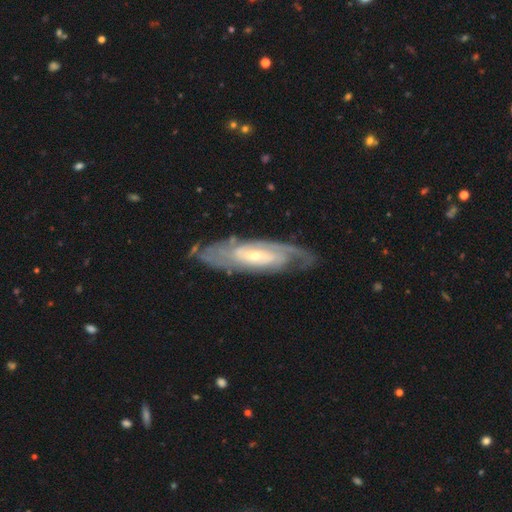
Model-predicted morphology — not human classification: smooth-or-featured: featured or disk: 85% | smooth: 10% | star or artifact: 5%
  disk-edge-on: no: 85% | yes: 15%
    bar: no: 50% | weak: 34% | strong: 16%
    has-spiral-arms: yes: 93% | no: 7%
      spiral-winding: tight: 65% | medium: 28% | loose: 7%
      spiral-arm-count: can't tell: 40% | 2: 36% | 3: 10% | 4: 6% | 1: 4% | more than 4: 4%
    bulge-size: small: 66% | moderate: 30% | large: 2% | none: 1% | dominant: 1%
  merging: none: 76% | minor disturbance: 16% | major disturbance: 6% | merger: 2%